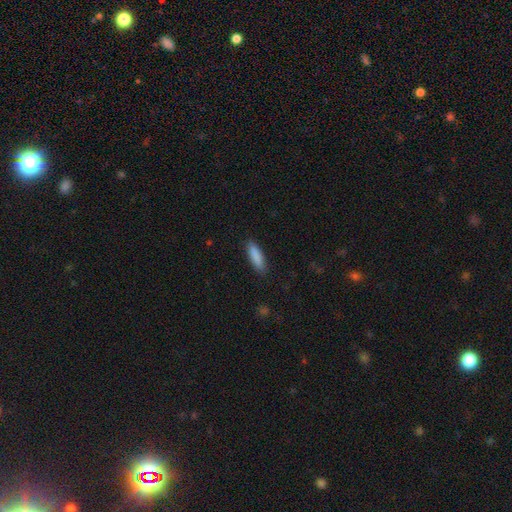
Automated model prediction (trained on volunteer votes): Smooth or featured: smooth — 88% (star or artifact — 6%)
How rounded: cigar-shaped — 60% (in between — 38%)
Merging: none — 88% (minor disturbance — 9%)